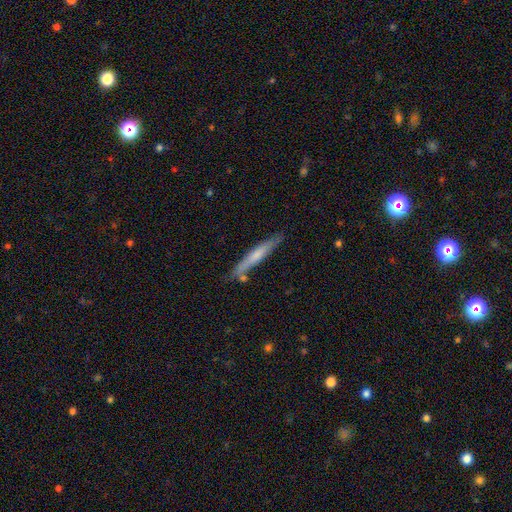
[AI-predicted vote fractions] smooth_or_featured: smooth (p=0.55) [alt: featured or disk p=0.39]
how_rounded: cigar-shaped (p=0.95) [alt: in between p=0.04]
merging: none (p=0.80) [alt: minor disturbance p=0.13]